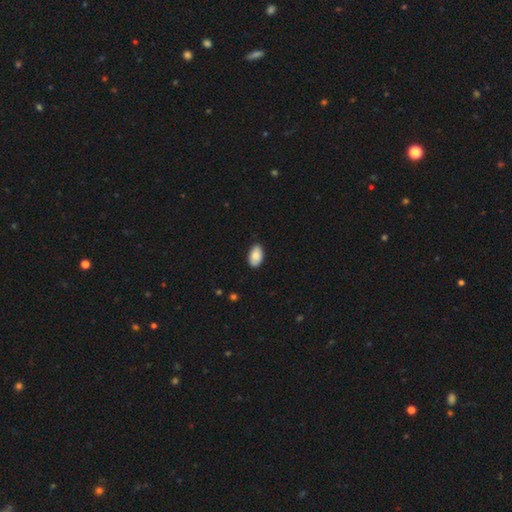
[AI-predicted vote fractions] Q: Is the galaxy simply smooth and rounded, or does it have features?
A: smooth — 87%.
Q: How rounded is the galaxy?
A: in between — 94%.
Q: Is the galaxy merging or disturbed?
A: none — 85%.